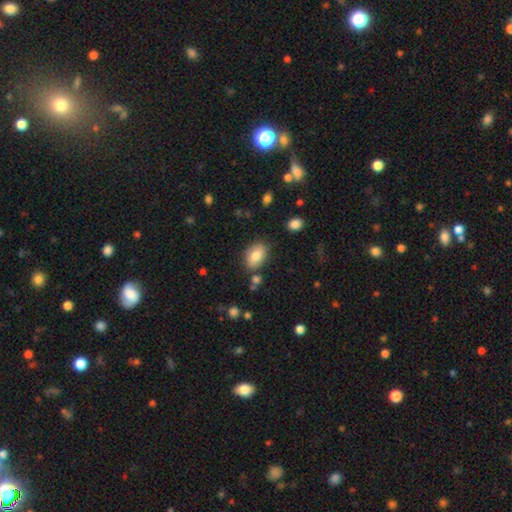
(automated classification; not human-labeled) This is clearly a smooth galaxy (83%). How rounded: clearly in between (86%). Merging: likely none (79%).